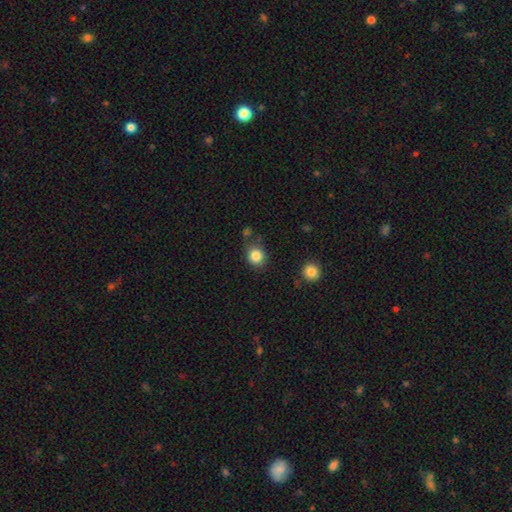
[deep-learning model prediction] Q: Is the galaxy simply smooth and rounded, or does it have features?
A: smooth — 85%.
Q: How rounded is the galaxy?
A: round — 80%.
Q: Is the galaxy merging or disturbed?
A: none — 78%.